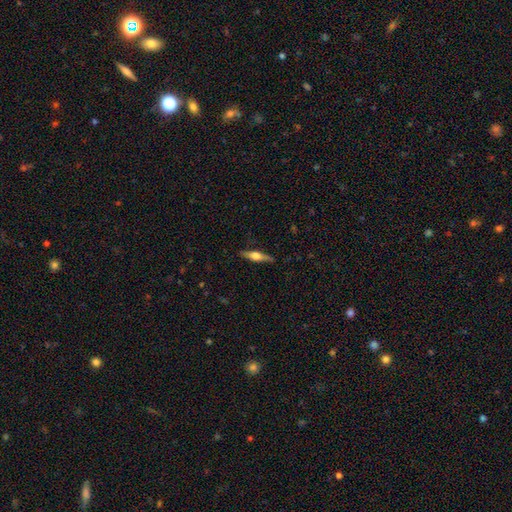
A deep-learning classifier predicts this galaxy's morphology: Overall: featured or disk (64%; smooth 30%). Edge-on disk: yes (97%). Edge-on bulge: rounded (89%). Merging: none (86%).